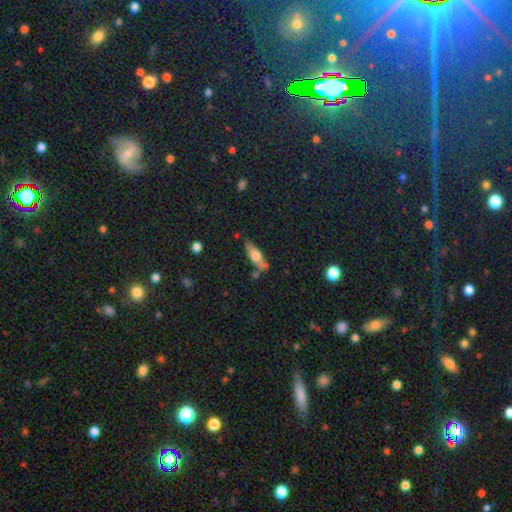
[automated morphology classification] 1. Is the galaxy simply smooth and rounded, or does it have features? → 60% smooth, 31% featured or disk, 9% star or artifact.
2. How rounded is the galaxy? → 52% in between, 45% cigar-shaped, 3% round.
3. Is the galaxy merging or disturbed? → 65% none, 21% minor disturbance, 9% merger, 5% major disturbance.